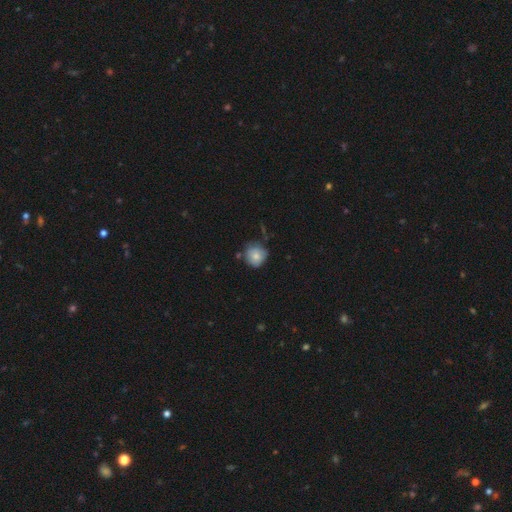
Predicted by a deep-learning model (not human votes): smooth-or-featured: smooth: 78% | featured or disk: 13% | star or artifact: 8%
  how-rounded: round: 90% | in between: 9% | cigar-shaped: 1%
  merging: none: 69% | minor disturbance: 22% | merger: 5% | major disturbance: 4%